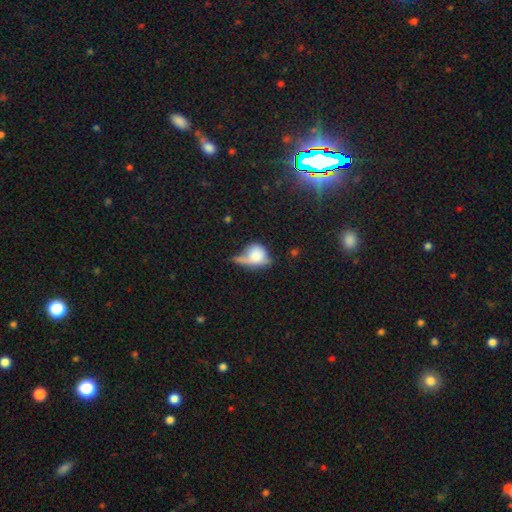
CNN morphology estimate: This appears to be a smooth galaxy with no disk features (66%) that is round (48%). Merging: none (29%).